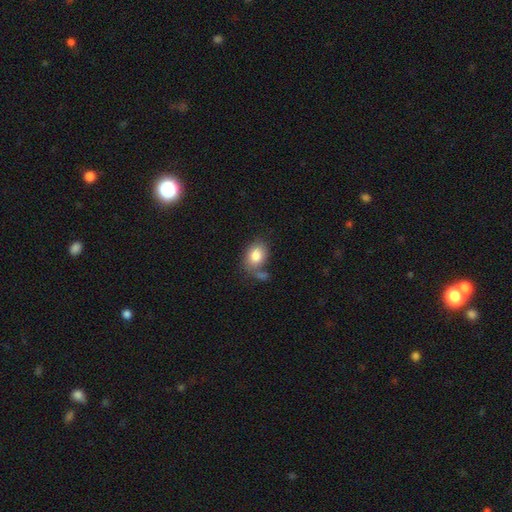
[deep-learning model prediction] A smooth galaxy with no disk features (82%) that is in between round and cigar-shaped (65%).

Vote fractions:
- Smooth or featured? smooth: 82% / featured or disk: 10% / star or artifact: 8%
- How rounded? in between: 65% / round: 34% / cigar-shaped: 1%
- Merging? none: 57% / minor disturbance: 18% / merger: 17% / major disturbance: 7%